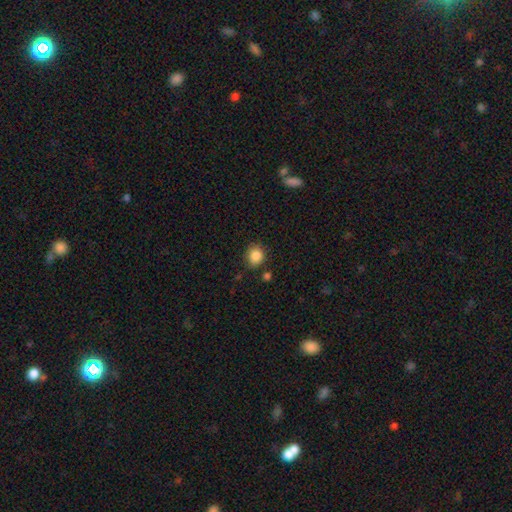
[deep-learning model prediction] A smooth galaxy with no disk features (86%) that is round (74%).

Vote fractions:
- Smooth or featured? smooth: 86% / star or artifact: 10% / featured or disk: 4%
- How rounded? round: 74% / in between: 25% / cigar-shaped: 1%
- Merging? none: 81% / minor disturbance: 12% / merger: 4% / major disturbance: 3%